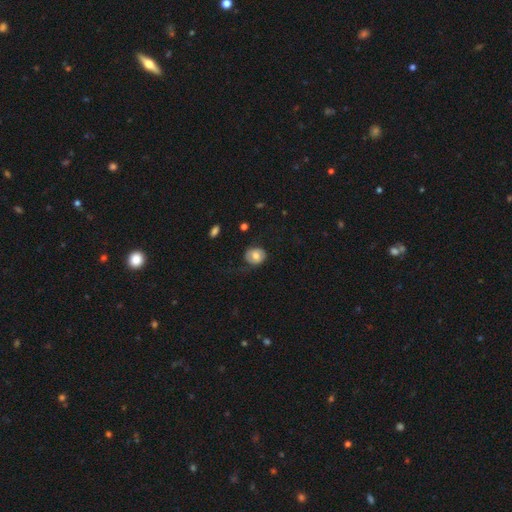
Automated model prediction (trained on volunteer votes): smooth-or-featured: smooth: 65% | featured or disk: 27% | star or artifact: 8%
  how-rounded: round: 70% | in between: 29% | cigar-shaped: 1%
  merging: none: 68% | minor disturbance: 20% | major disturbance: 11% | merger: 1%